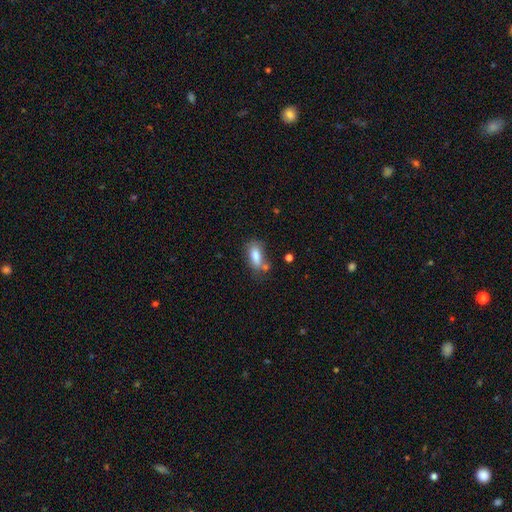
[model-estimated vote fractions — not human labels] Smooth or featured: smooth — 78% (featured or disk — 13%)
How rounded: in between — 82% (cigar-shaped — 14%)
Merging: none — 49% (minor disturbance — 23%)